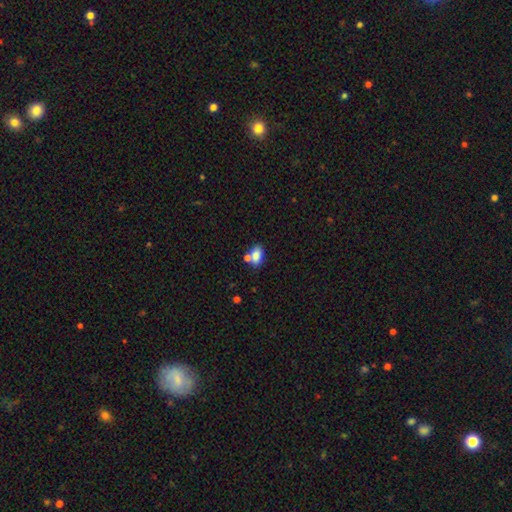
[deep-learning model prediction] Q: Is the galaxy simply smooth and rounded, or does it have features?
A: smooth — 82%.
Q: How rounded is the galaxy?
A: in between — 86%.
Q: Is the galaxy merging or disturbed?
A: none — 52%.